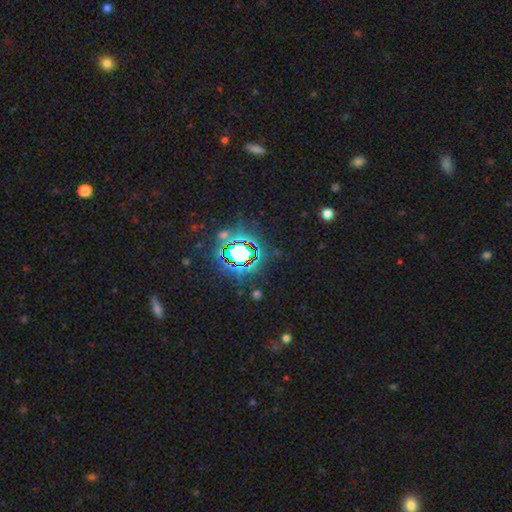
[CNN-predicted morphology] star or artifact 84%, smooth 9%, featured or disk 7%.